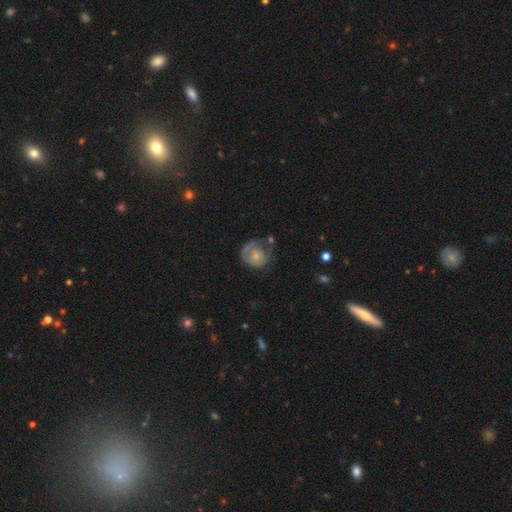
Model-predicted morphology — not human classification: type=featured or disk (52%); edge-on=no (98%); bar=no (81%); spiral arms=yes (61%); bulge=small (56%); merging=none (43%).